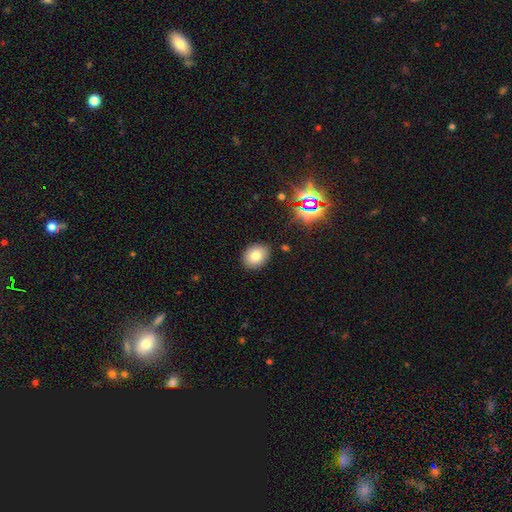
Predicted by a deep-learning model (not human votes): Smooth or featured: smooth — 78% (star or artifact — 13%)
How rounded: in between — 53% (round — 47%)
Merging: none — 87% (minor disturbance — 9%)